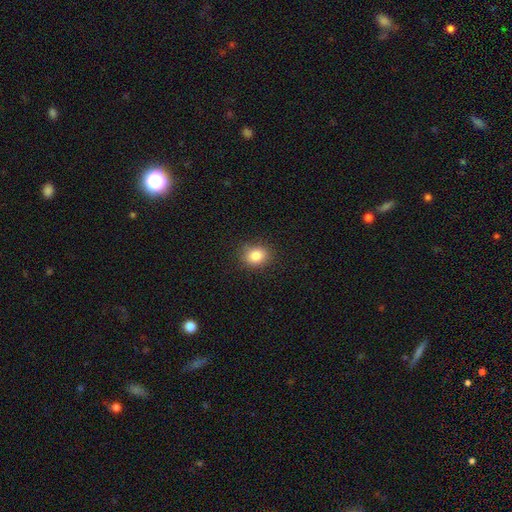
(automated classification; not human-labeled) Q: Smooth or featured?
A: smooth (85%); runner-up: star or artifact (10%)
Q: How rounded?
A: round (53%); runner-up: in between (46%)
Q: Merging?
A: none (84%); runner-up: minor disturbance (12%)